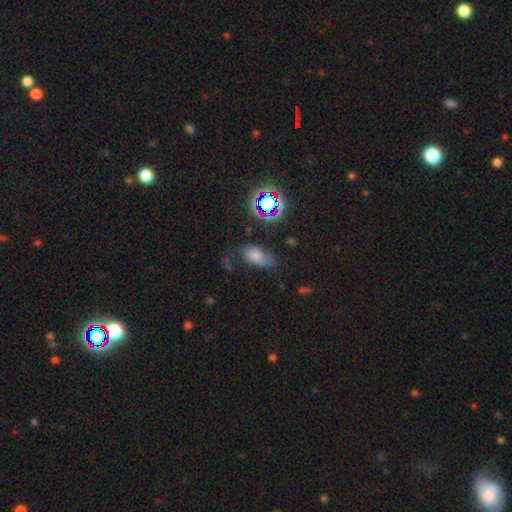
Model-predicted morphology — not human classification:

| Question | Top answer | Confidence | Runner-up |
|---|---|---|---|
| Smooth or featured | smooth | 67% | star or artifact (19%) |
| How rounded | in between | 88% | round (7%) |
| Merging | none | 51% | minor disturbance (29%) |